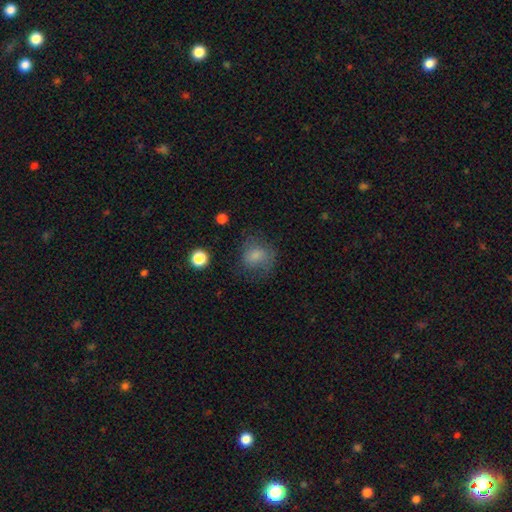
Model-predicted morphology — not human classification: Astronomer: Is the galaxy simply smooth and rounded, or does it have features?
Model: smooth — 72%.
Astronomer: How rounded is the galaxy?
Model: round — 63%.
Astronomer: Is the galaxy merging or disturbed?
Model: none — 59%.